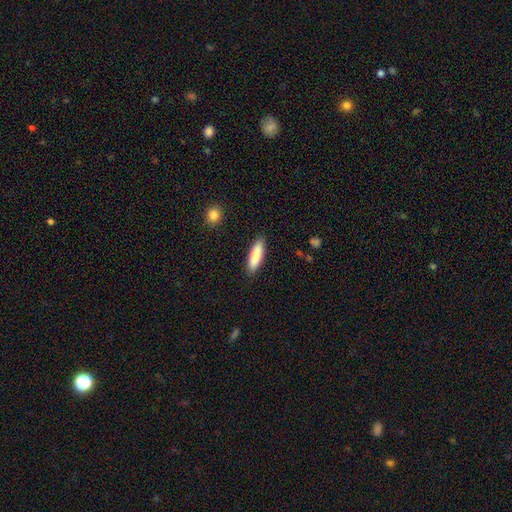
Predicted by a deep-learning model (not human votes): Smooth or featured? smooth (87%)
How rounded? cigar-shaped (65%)
Merging? none (89%)